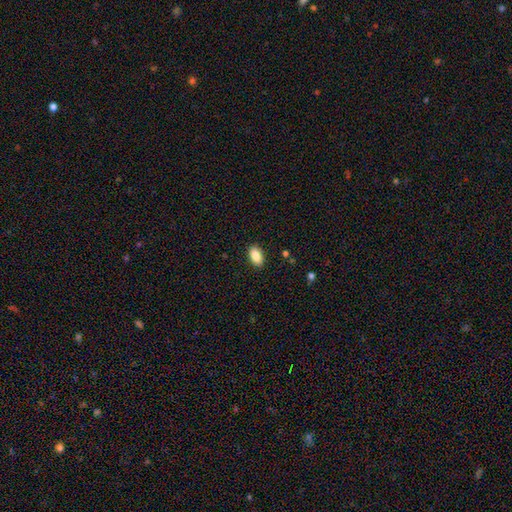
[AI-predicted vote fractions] Overall: smooth (86%). How rounded: in between (92%). Merging: none (89%).